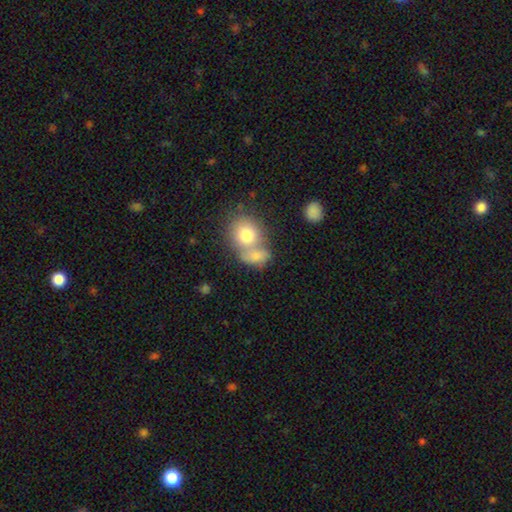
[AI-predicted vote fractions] Q: Smooth or featured?
A: smooth (72%); runner-up: featured or disk (17%)
Q: How rounded?
A: in between (51%); runner-up: round (46%)
Q: Merging?
A: merger (59%); runner-up: none (25%)